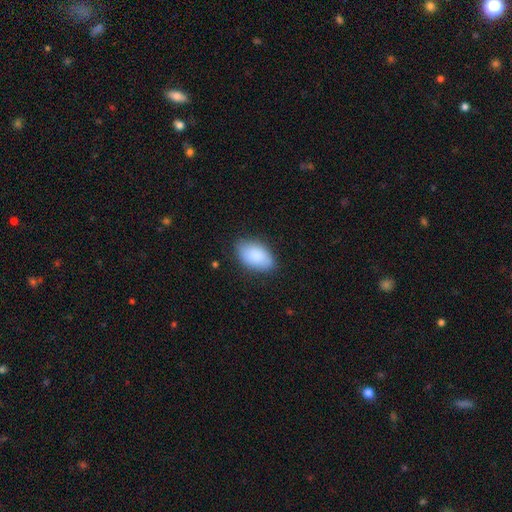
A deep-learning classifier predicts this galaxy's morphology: Smooth or featured: smooth — 87% (featured or disk — 7%)
How rounded: in between — 93% (round — 5%)
Merging: none — 80% (minor disturbance — 15%)